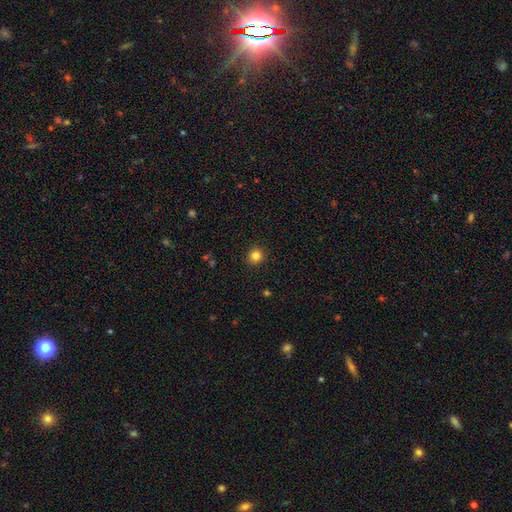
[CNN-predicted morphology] A smooth galaxy with no disk features (83%) that is round (91%).

Vote fractions:
- Smooth or featured? smooth: 83% / star or artifact: 12% / featured or disk: 5%
- How rounded? round: 91% / in between: 8% / cigar-shaped: 1%
- Merging? none: 92% / minor disturbance: 6% / major disturbance: 2% / merger: 1%